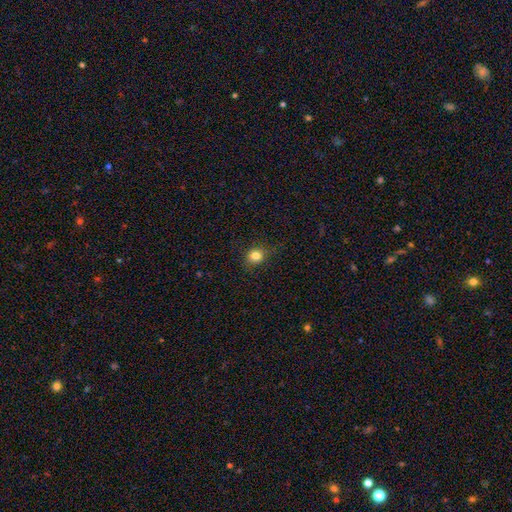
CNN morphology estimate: Q: Smooth or featured?
A: smooth (81%); runner-up: star or artifact (13%)
Q: How rounded?
A: round (76%); runner-up: in between (23%)
Q: Merging?
A: none (83%); runner-up: minor disturbance (13%)